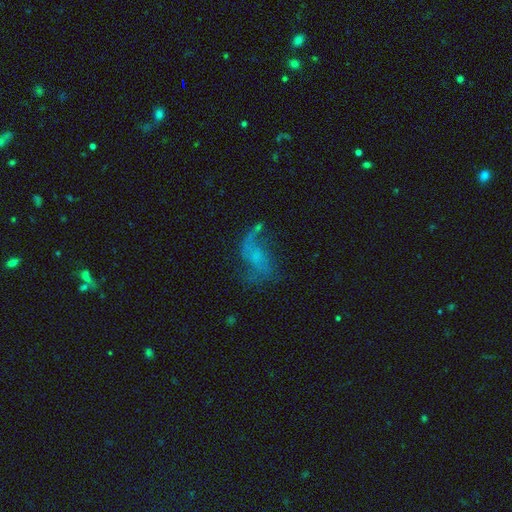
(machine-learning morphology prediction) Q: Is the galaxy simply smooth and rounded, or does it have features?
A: featured or disk — 65%.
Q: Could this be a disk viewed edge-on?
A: no — 97%.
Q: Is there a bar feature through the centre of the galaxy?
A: no — 69%.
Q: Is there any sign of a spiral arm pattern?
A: yes — 74%.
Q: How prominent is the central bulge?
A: none — 50%.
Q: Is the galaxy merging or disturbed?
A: none — 44%.